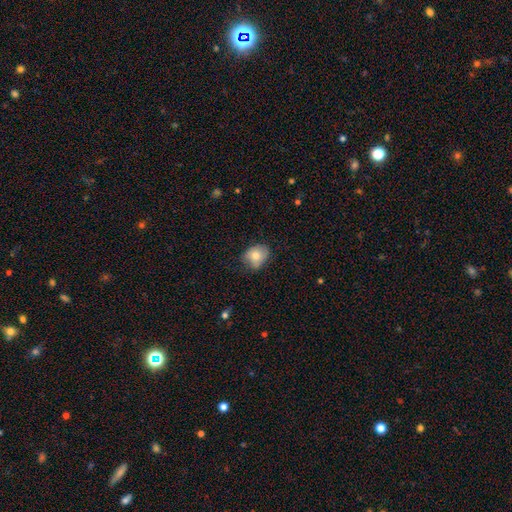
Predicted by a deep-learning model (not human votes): The model was most divided on "how rounded": in between: 51%, round: 48%, cigar-shaped: 1%. More confident: smooth or featured — smooth (75%); merging — none (65%).